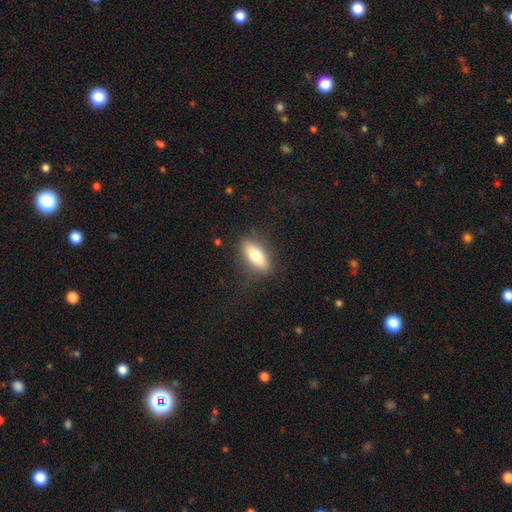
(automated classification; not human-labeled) smooth_or_featured: smooth (p=0.74) [alt: featured or disk p=0.20]
how_rounded: in between (p=0.75) [alt: cigar-shaped p=0.22]
merging: none (p=0.84) [alt: minor disturbance p=0.11]